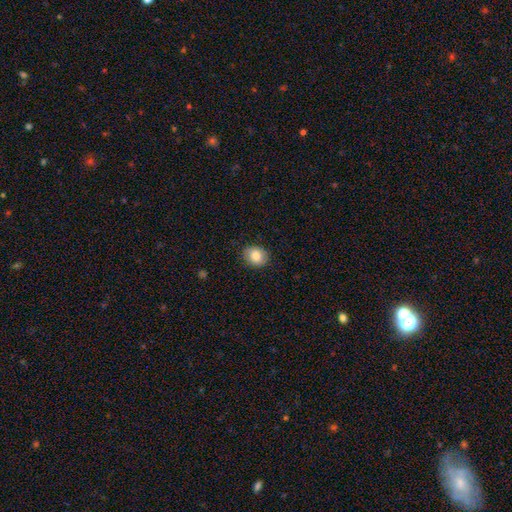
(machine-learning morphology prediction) smooth 86%, star or artifact 8%, featured or disk 6%. Down the decision tree: how rounded — round (53%); merging — none (87%).